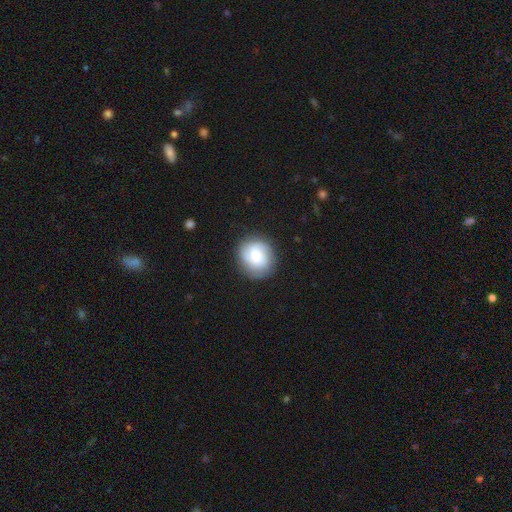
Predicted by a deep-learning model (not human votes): Overall: smooth (47%; featured or disk 45%). Merging: none (81%).